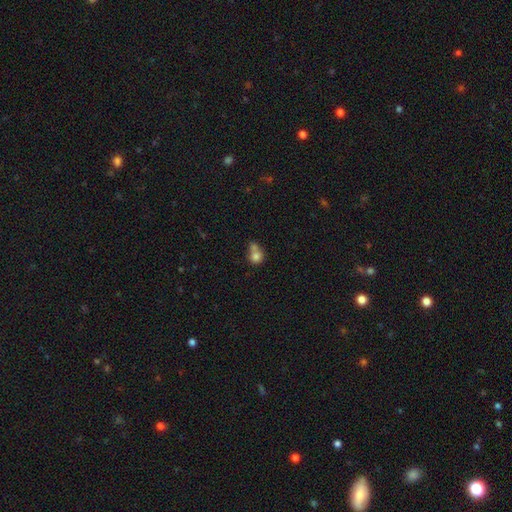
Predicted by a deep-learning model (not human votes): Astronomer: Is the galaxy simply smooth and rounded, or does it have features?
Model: smooth — 76%.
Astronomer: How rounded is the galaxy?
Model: round — 74%.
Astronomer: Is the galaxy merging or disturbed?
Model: merger — 52% (runner-up: none, 30%).